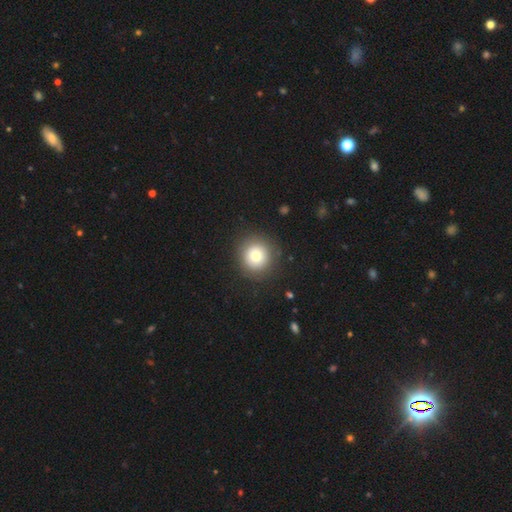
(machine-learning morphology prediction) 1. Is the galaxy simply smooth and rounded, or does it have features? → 74% smooth, 15% featured or disk, 11% star or artifact.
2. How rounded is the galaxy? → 94% round, 5% in between, 1% cigar-shaped.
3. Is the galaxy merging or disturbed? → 88% none, 7% minor disturbance, 3% major disturbance, 1% merger.